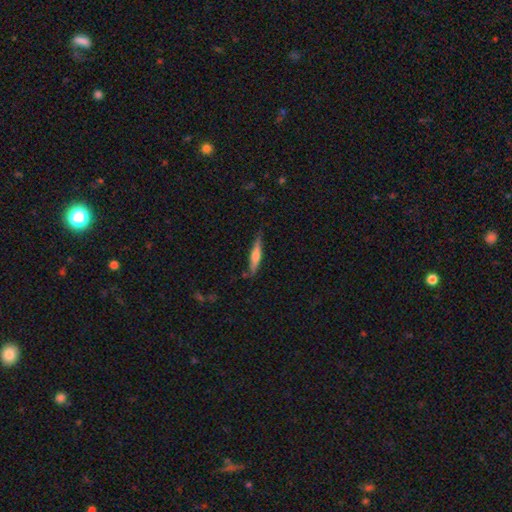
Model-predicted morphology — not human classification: Smooth or featured? smooth (49%)
Merging? none (80%)